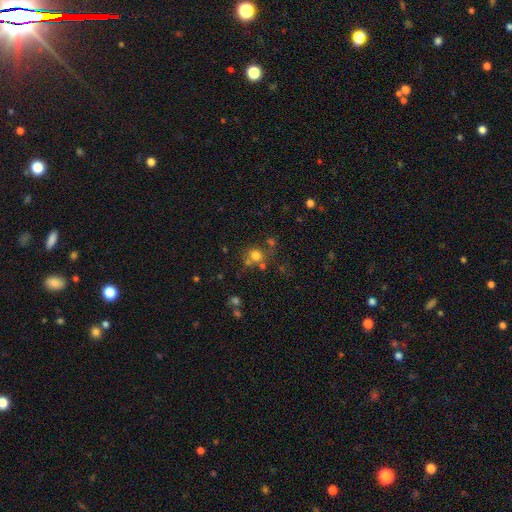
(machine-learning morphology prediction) type=smooth (71%); roundness=round (87%); merging=none (60%).